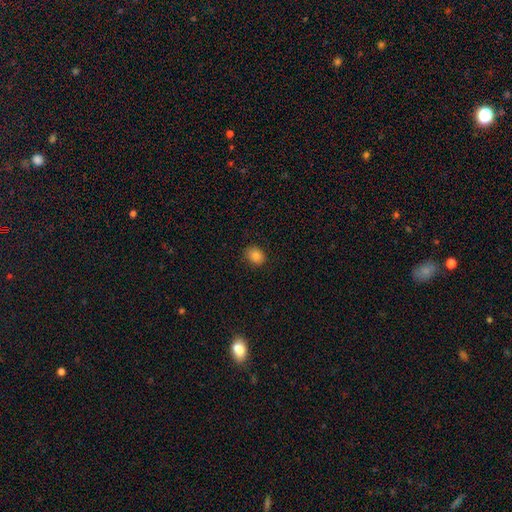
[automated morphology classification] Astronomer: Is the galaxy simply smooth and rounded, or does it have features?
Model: smooth — 84%.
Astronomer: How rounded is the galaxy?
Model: round — 50% (runner-up: in between, 49%).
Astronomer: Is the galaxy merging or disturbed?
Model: none — 85%.